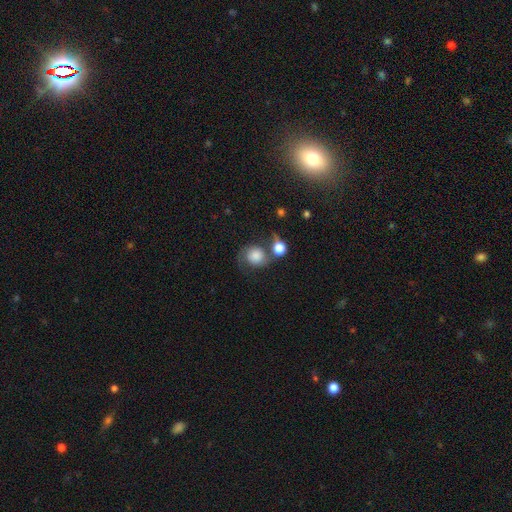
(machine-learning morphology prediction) Smooth or featured? smooth (60%)
How rounded? round (79%)
Merging? none (40%)